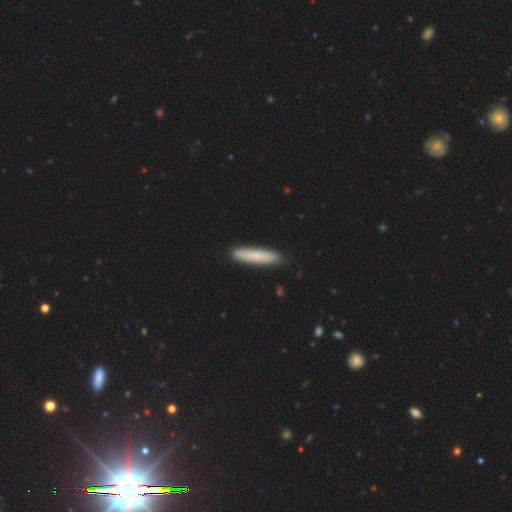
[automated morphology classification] A smooth galaxy with no disk features (80%) that is cigar-shaped (90%).

Vote fractions:
- Smooth or featured? smooth: 80% / featured or disk: 14% / star or artifact: 6%
- How rounded? cigar-shaped: 90% / in between: 9% / round: 1%
- Merging? none: 90% / minor disturbance: 8% / major disturbance: 1% / merger: 1%